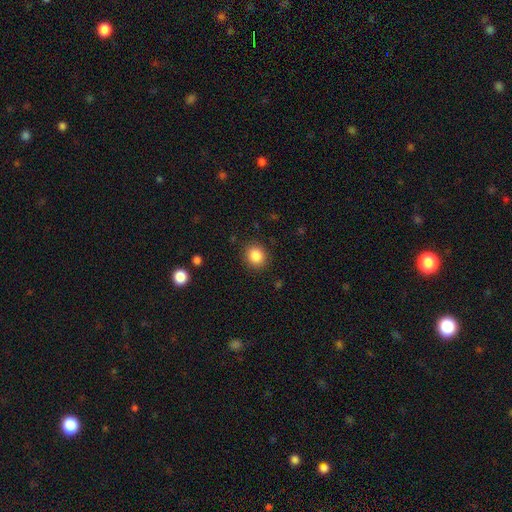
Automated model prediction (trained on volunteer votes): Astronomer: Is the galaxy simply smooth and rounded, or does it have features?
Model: smooth — 86%.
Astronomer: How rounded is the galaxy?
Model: round — 79%.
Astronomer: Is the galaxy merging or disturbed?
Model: none — 89%.